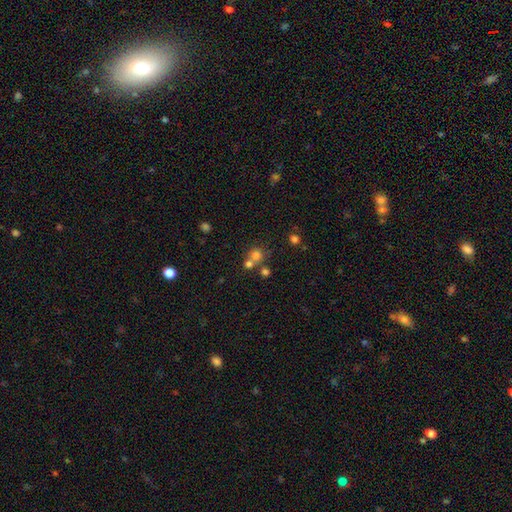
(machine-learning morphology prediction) Smooth or featured?
  - smooth: 72% *
  - star or artifact: 17%
  - featured or disk: 10%
How rounded?
  - round: 87% *
  - in between: 12%
  - cigar-shaped: 1%
Merging?
  - none: 49% *
  - merger: 40%
  - minor disturbance: 7%
  - major disturbance: 4%